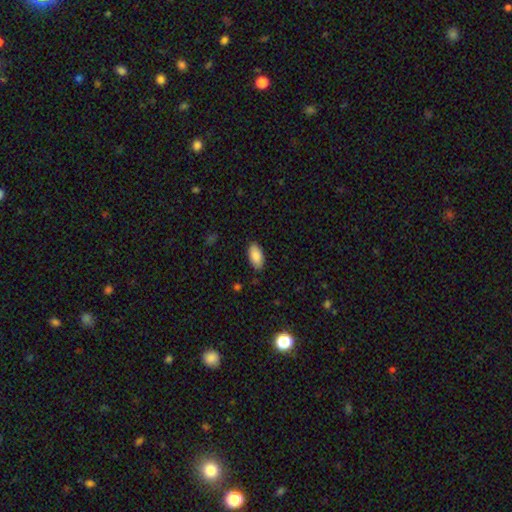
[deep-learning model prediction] Smooth or featured: smooth — 88% (star or artifact — 6%)
How rounded: in between — 93% (cigar-shaped — 5%)
Merging: none — 87% (minor disturbance — 10%)